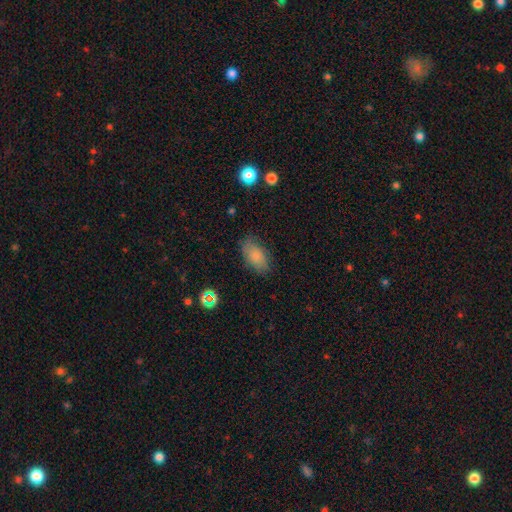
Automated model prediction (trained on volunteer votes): A smooth galaxy with no disk features (83%) that is in between round and cigar-shaped (92%). Merging: none (79%).